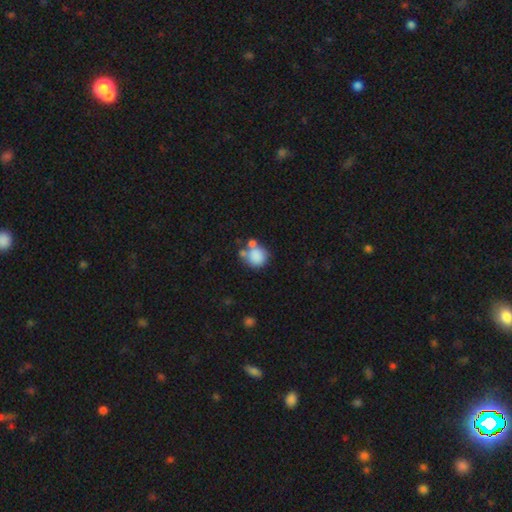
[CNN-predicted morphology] smooth_or_featured: smooth (p=0.79) [alt: featured or disk p=0.11]
how_rounded: round (p=0.83) [alt: in between p=0.16]
merging: none (p=0.45) [alt: merger p=0.32]